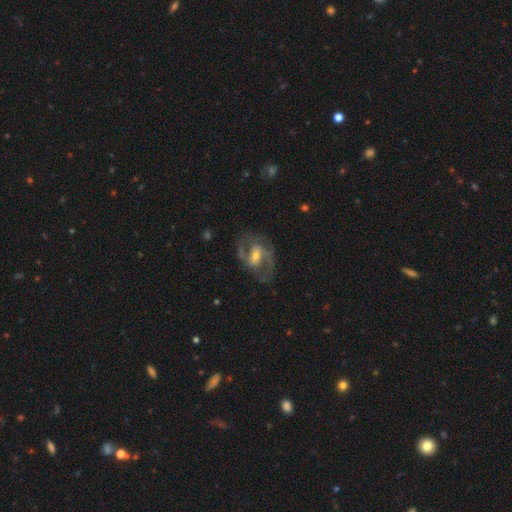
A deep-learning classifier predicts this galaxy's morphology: Overall: featured or disk (80%). Edge-on disk: no (96%). Bar: weak (44%; no 29%). Spiral arms: yes (85%). Spiral arm count: 2 (83%). Spiral winding: medium (55%; loose 23%). Bulge size: moderate (51%; small 41%). Merging: none (70%).